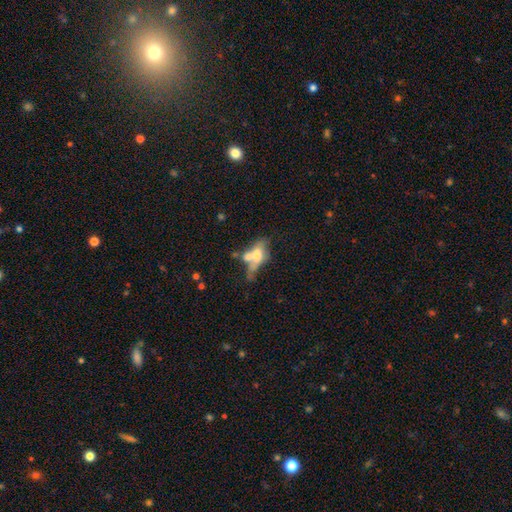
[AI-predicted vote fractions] Overall: smooth (49%; featured or disk 42%). Merging: merger (52%; none 19%).